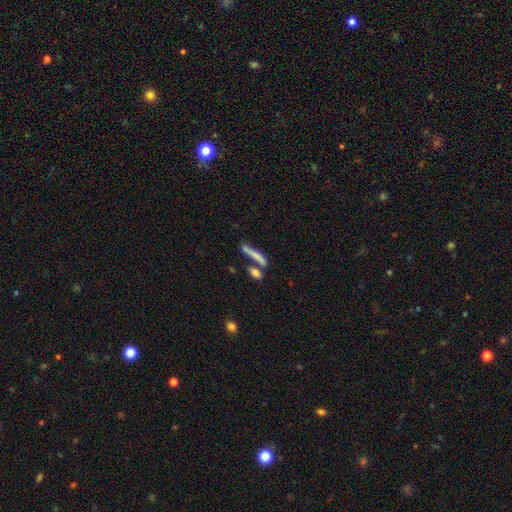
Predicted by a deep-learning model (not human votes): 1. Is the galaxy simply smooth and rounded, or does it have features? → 67% smooth, 25% featured or disk, 8% star or artifact.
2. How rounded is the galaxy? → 86% cigar-shaped, 11% in between, 3% round.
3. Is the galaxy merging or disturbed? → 53% none, 29% merger, 12% minor disturbance, 6% major disturbance.